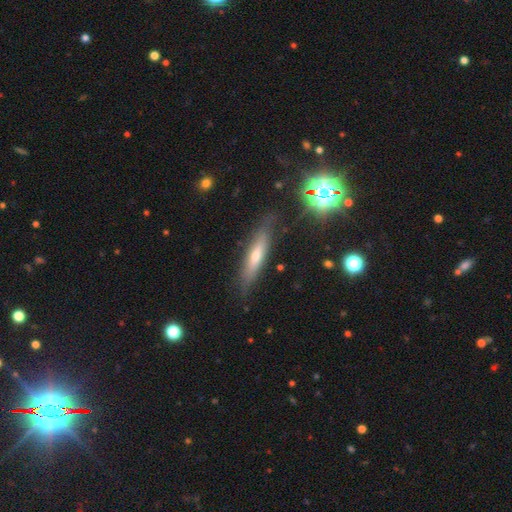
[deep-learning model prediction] smooth_or_featured: featured or disk (p=0.48) [alt: smooth p=0.38]
merging: none (p=0.84) [alt: minor disturbance p=0.11]